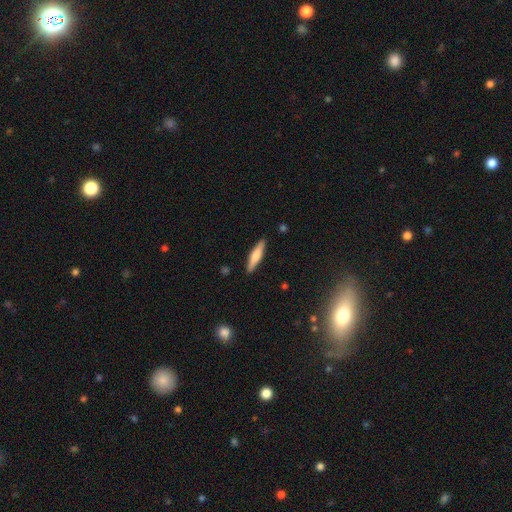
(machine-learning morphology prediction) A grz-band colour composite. It shows a smooth galaxy with no disk features (60%) that is cigar-shaped (83%). Merging: none (90%).